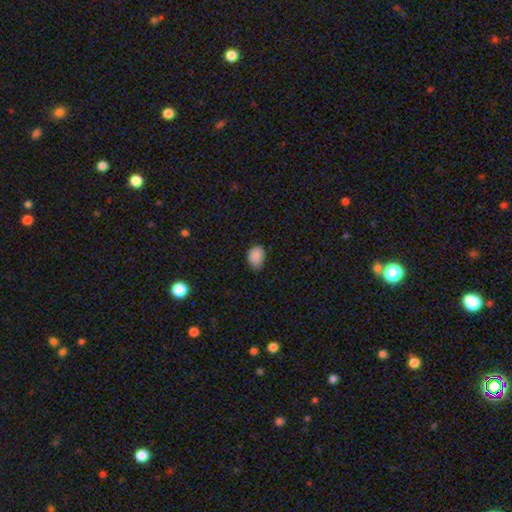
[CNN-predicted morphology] The model was most divided on "merging": none: 65%, minor disturbance: 30%, major disturbance: 4%, merger: 1%. More confident: smooth or featured — smooth (87%); how rounded — in between (75%).